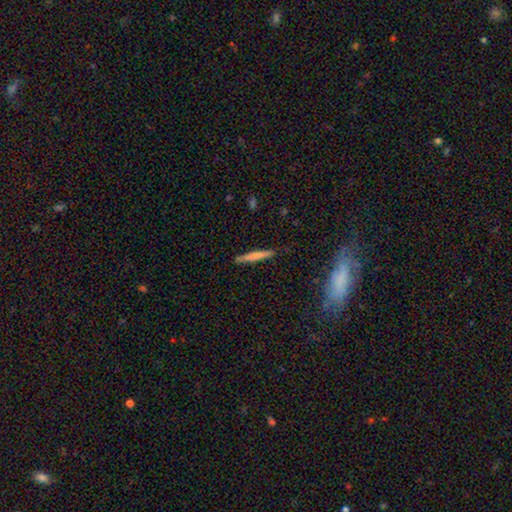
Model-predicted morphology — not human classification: A smooth galaxy with no disk features (65%) that is cigar-shaped (95%). Merging: none (89%).